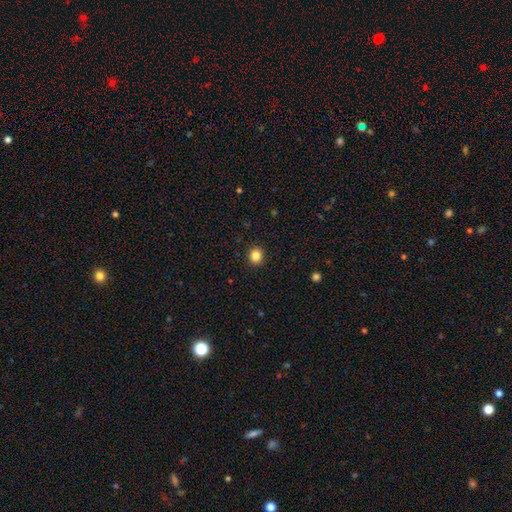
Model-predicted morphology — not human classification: Smooth or featured: smooth — 84% (star or artifact — 12%)
How rounded: round — 82% (in between — 17%)
Merging: none — 92% (minor disturbance — 5%)